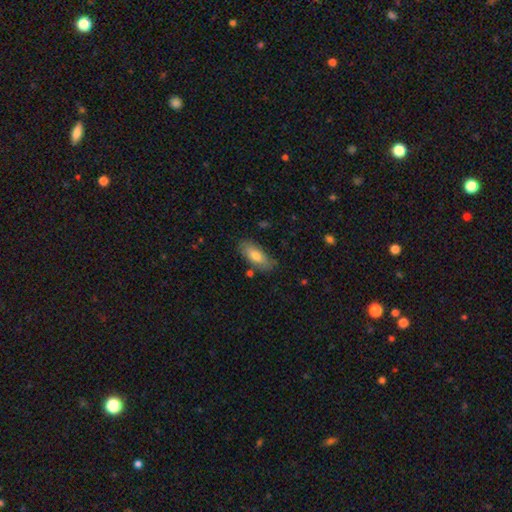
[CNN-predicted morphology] smooth-or-featured: smooth: 73% | featured or disk: 21% | star or artifact: 6%
  how-rounded: in between: 84% | cigar-shaped: 14% | round: 3%
  merging: none: 76% | minor disturbance: 17% | major disturbance: 3% | merger: 3%